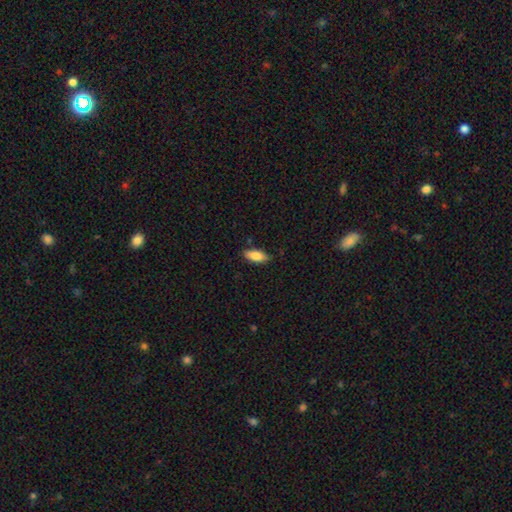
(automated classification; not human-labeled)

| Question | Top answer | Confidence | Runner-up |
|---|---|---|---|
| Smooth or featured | smooth | 83% | featured or disk (10%) |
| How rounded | in between | 83% | cigar-shaped (14%) |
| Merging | none | 84% | minor disturbance (13%) |